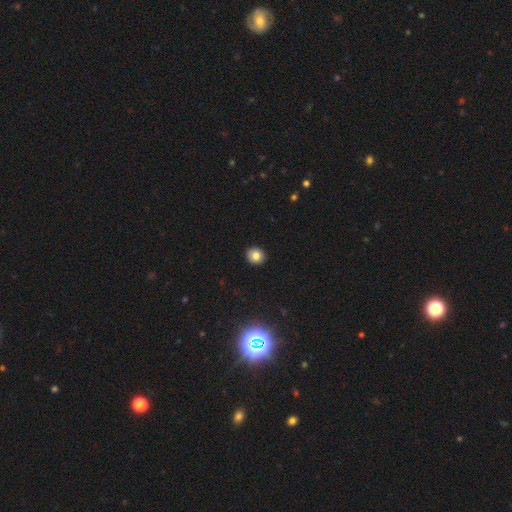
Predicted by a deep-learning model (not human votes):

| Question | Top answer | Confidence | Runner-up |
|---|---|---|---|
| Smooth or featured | smooth | 82% | star or artifact (11%) |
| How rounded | round | 84% | in between (15%) |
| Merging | none | 92% | minor disturbance (5%) |